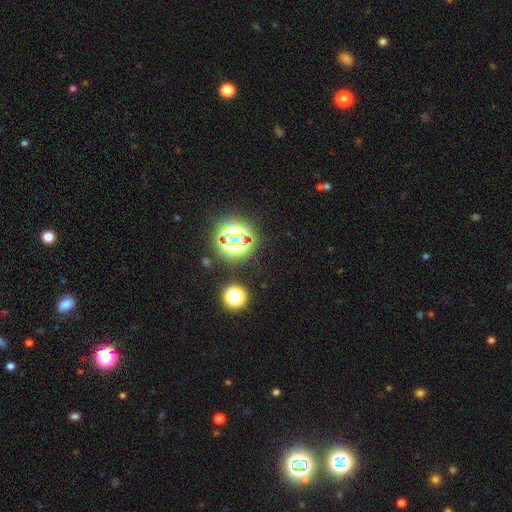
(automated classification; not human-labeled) Q: Smooth or featured?
A: star or artifact (80%); runner-up: smooth (13%)